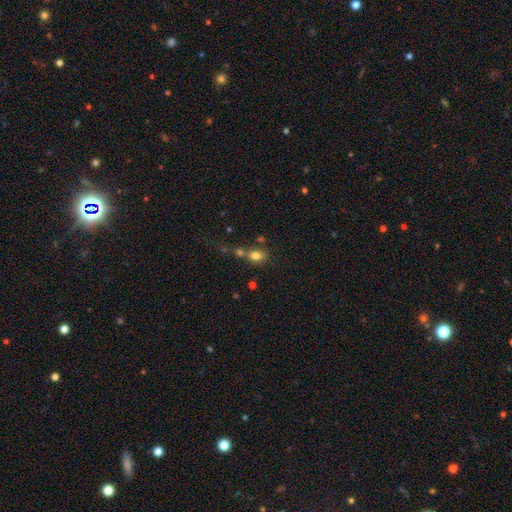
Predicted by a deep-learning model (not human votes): A smooth galaxy with no disk features (78%) that is in between round and cigar-shaped (66%).

Vote fractions:
- Smooth or featured? smooth: 78% / star or artifact: 12% / featured or disk: 10%
- How rounded? in between: 66% / round: 31% / cigar-shaped: 2%
- Merging? none: 46% / merger: 36% / minor disturbance: 12% / major disturbance: 6%